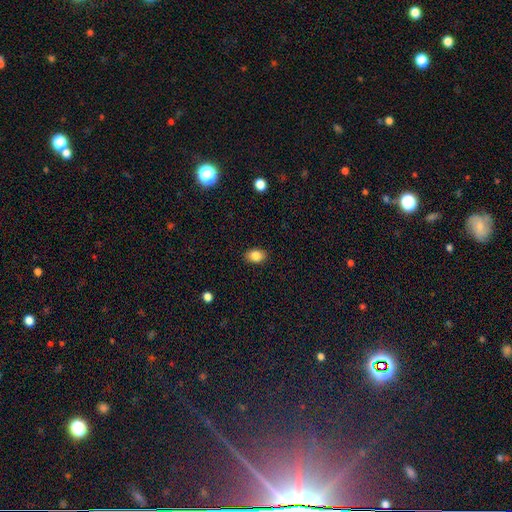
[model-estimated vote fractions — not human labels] A smooth galaxy with no disk features (85%) that is in between round and cigar-shaped (72%).

Vote fractions:
- Smooth or featured? smooth: 85% / star or artifact: 9% / featured or disk: 6%
- How rounded? in between: 72% / round: 27% / cigar-shaped: 1%
- Merging? none: 88% / minor disturbance: 9% / major disturbance: 2% / merger: 1%